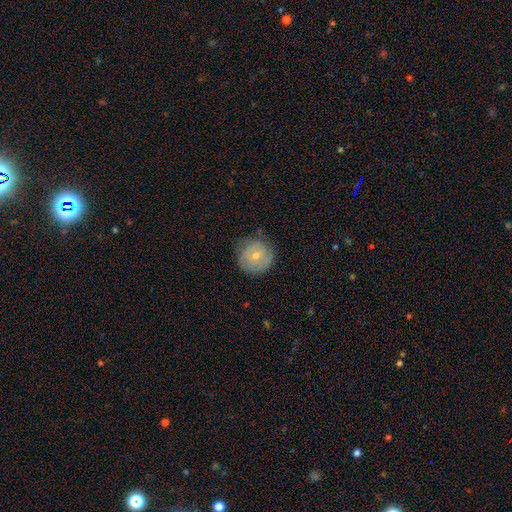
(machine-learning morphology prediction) Smooth or featured? Predicted: smooth (p=0.64). How rounded? Predicted: round (p=0.93). Merging? Predicted: none (p=0.75).